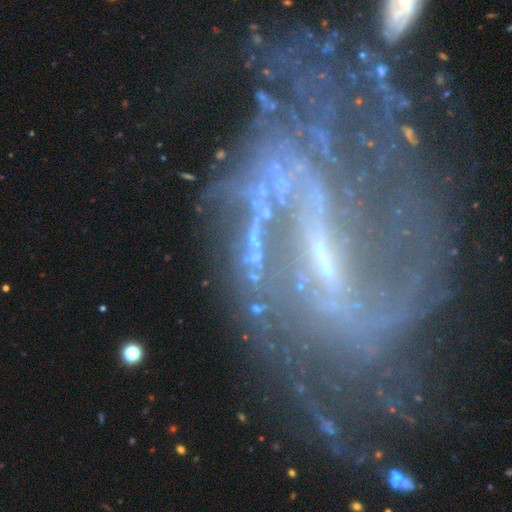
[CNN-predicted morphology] This appears to be a featured or disk galaxy (64%) with a strong bar (43%), spiral arms (57%) and a small central bulge (50%). Merging: none (47%).